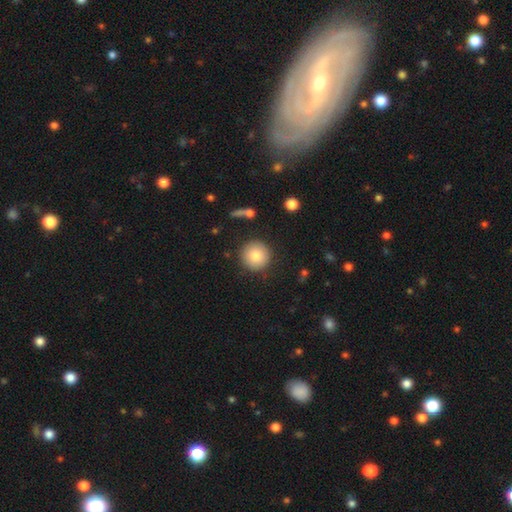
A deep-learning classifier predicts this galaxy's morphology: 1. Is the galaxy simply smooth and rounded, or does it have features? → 83% smooth, 9% featured or disk, 8% star or artifact.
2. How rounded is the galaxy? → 95% round, 4% in between, 1% cigar-shaped.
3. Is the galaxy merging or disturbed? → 89% none, 7% minor disturbance, 2% major disturbance, 2% merger.